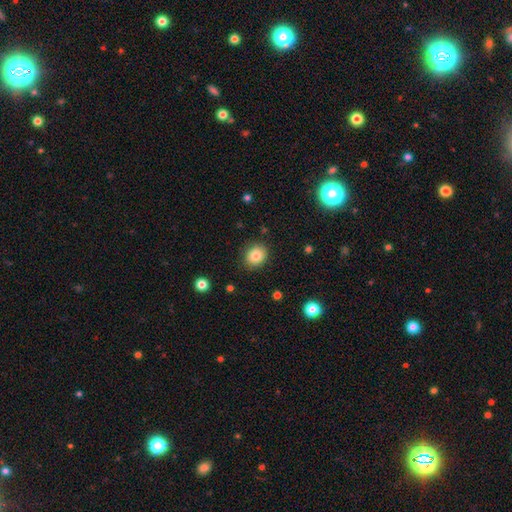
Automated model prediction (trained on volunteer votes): This is clearly a smooth galaxy (83%). How rounded: likely round (69%). Merging: clearly none (85%).